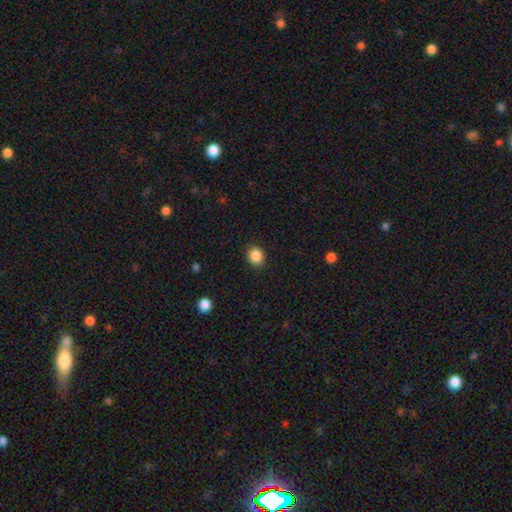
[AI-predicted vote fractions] Q: Smooth or featured?
A: smooth (88%); runner-up: star or artifact (10%)
Q: How rounded?
A: round (82%); runner-up: in between (17%)
Q: Merging?
A: none (90%); runner-up: minor disturbance (7%)